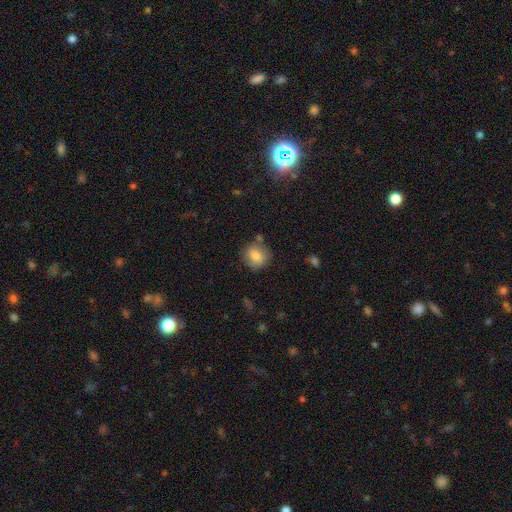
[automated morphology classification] Q: Smooth or featured?
A: smooth (78%); runner-up: featured or disk (13%)
Q: How rounded?
A: round (82%); runner-up: in between (17%)
Q: Merging?
A: none (76%); runner-up: minor disturbance (15%)